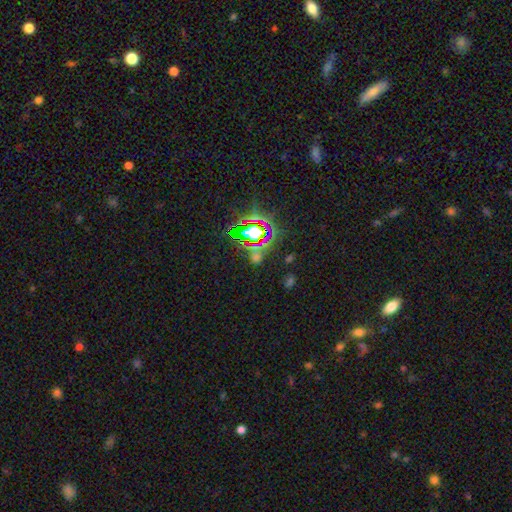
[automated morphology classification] This is likely a star or artifact rather than a galaxy (69%).